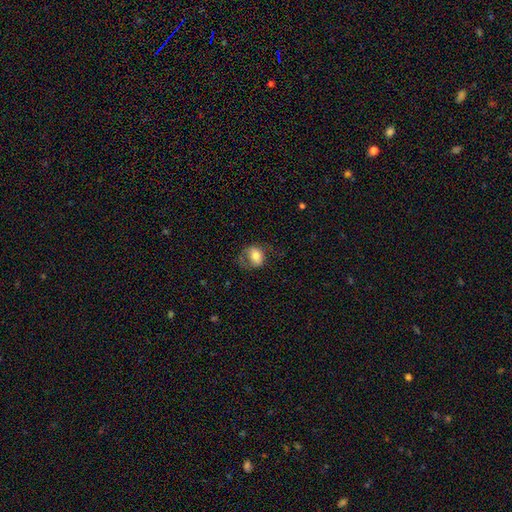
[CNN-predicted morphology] A smooth galaxy with no disk features (68%) that is in between round and cigar-shaped (60%). Merging: none (54%).